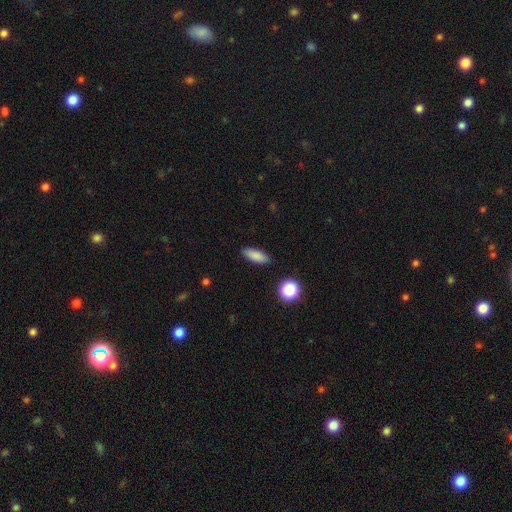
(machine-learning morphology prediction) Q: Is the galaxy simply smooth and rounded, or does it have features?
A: smooth — 86%.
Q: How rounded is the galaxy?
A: in between — 69%.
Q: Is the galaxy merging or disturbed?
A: none — 89%.